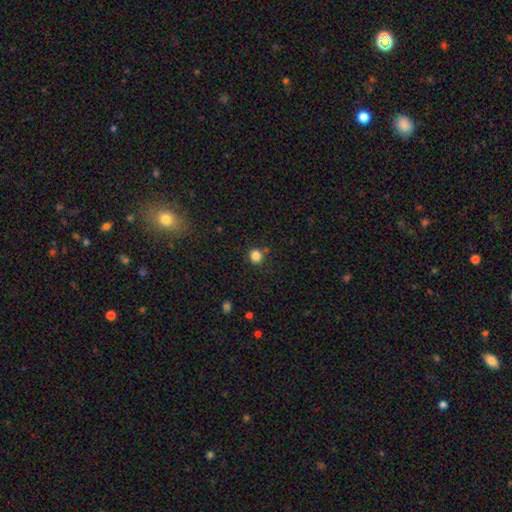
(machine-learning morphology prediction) This appears to be a smooth galaxy with no disk features (84%) that is round (89%). Merging: none (83%).